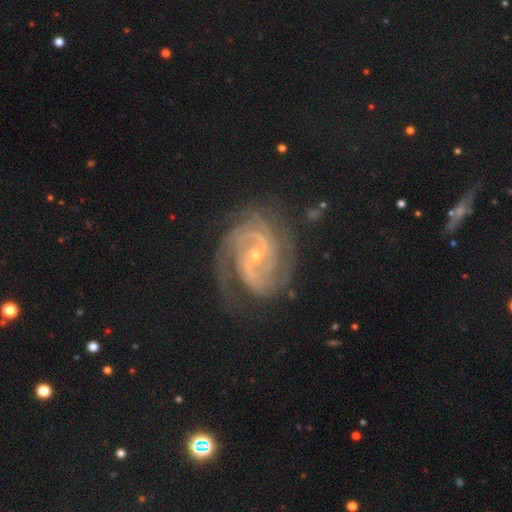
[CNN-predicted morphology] Smooth or featured? Predicted: featured or disk (p=0.91). Edge-on disk? Predicted: no (p=0.97). Bar? Predicted: no (p=0.50). Spiral arms? Predicted: yes (p=0.98). Spiral winding? Predicted: tight (p=0.56). Spiral arm count? Predicted: 2 (p=0.58). Bulge size? Predicted: small (p=0.71). Merging? Predicted: none (p=0.69).